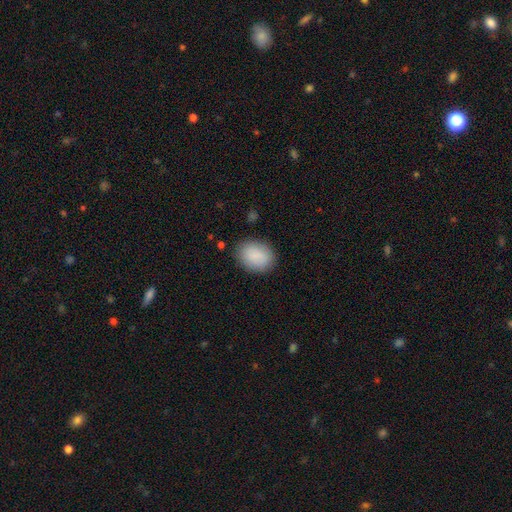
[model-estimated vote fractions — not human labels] A smooth galaxy with no disk features (88%) that is in between round and cigar-shaped (65%). Merging: none (85%).